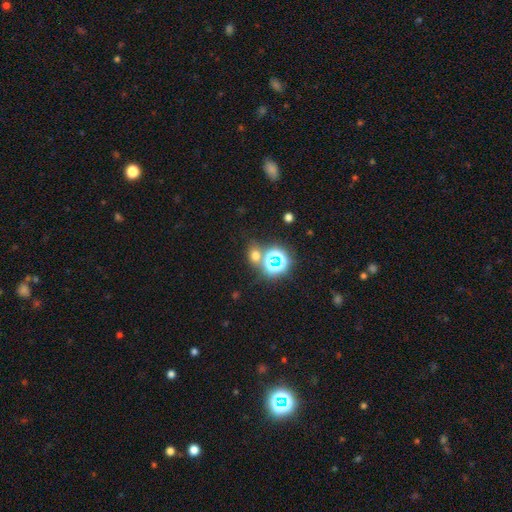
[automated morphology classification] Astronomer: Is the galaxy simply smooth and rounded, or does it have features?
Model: smooth — 57% (runner-up: star or artifact, 35%).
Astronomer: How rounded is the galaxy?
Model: round — 65%.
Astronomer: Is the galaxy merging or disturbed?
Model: none — 69%.